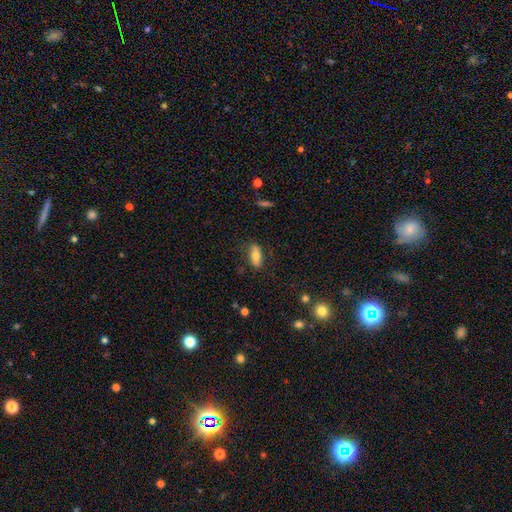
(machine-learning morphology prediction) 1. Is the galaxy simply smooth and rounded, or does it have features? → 71% smooth, 21% featured or disk, 7% star or artifact.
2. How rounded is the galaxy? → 75% in between, 21% cigar-shaped, 3% round.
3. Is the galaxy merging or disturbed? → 81% none, 14% minor disturbance, 4% major disturbance, 1% merger.